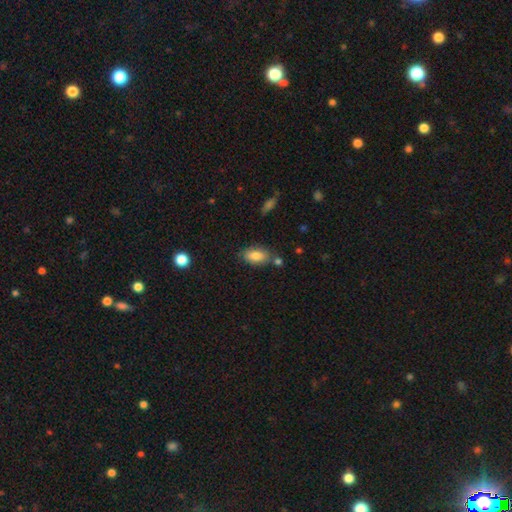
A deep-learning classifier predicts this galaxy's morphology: Q: Smooth or featured?
A: smooth (83%); runner-up: featured or disk (10%)
Q: How rounded?
A: in between (91%); runner-up: cigar-shaped (5%)
Q: Merging?
A: none (72%); runner-up: minor disturbance (16%)